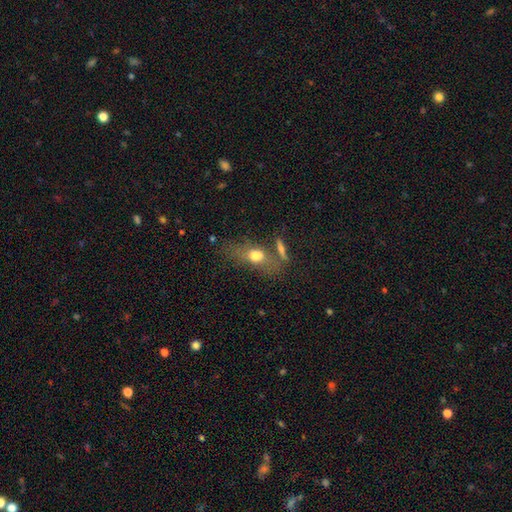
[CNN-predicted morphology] Smooth or featured: smooth — 62% (featured or disk — 26%)
How rounded: in between — 66% (cigar-shaped — 18%)
Merging: none — 48% (minor disturbance — 19%)